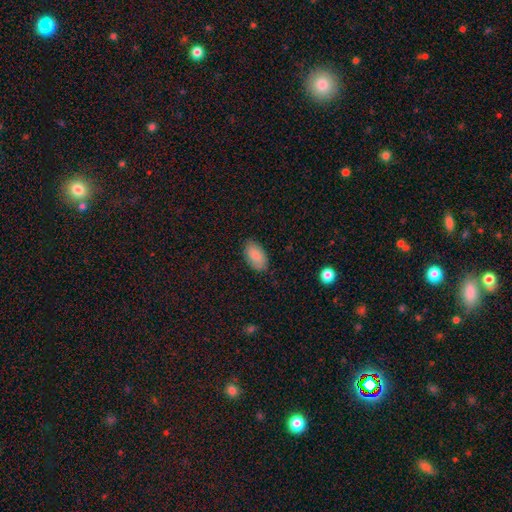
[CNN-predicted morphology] Overall: smooth (86%). How rounded: in between (94%). Merging: none (84%).